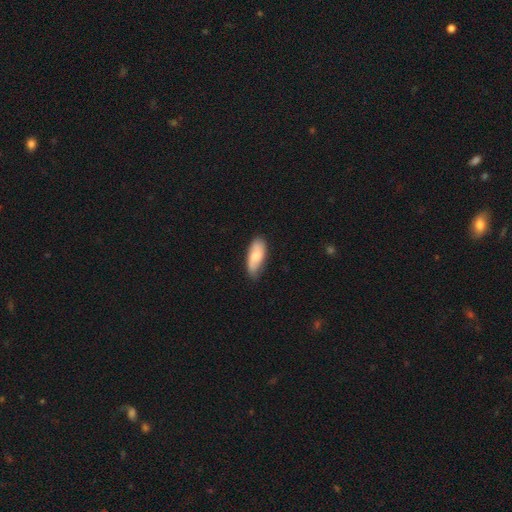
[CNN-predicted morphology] smooth_or_featured: smooth (p=0.70) [alt: featured or disk p=0.24]
how_rounded: in between (p=0.80) [alt: cigar-shaped p=0.18]
merging: none (p=0.73) [alt: minor disturbance p=0.22]